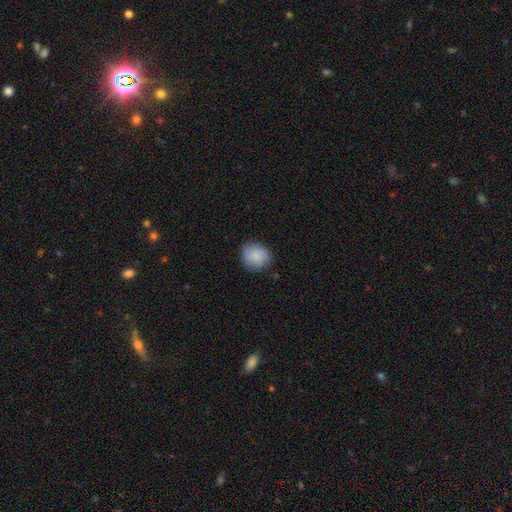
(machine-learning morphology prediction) Smooth or featured? Predicted: smooth (p=0.83). How rounded? Predicted: round (p=0.84). Merging? Predicted: none (p=0.83).